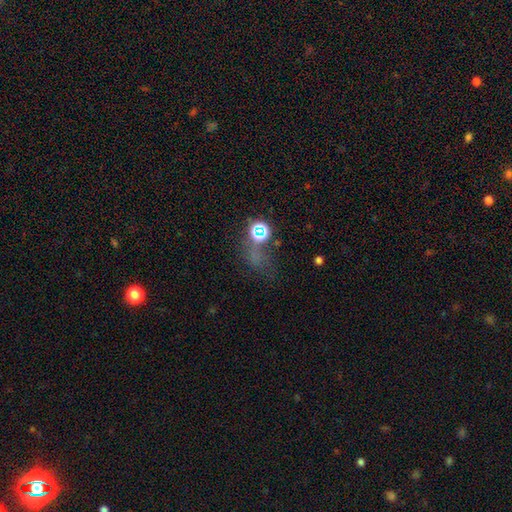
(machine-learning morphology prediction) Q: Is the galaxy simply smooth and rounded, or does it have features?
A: star or artifact — 46%.